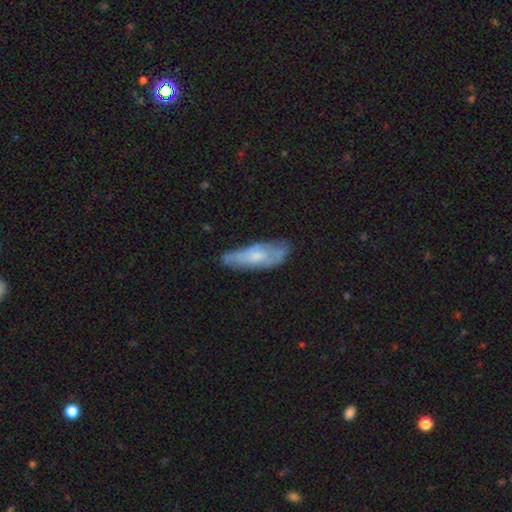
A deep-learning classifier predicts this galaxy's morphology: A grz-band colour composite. It shows a smooth galaxy with no disk features (49%). Merging: none (61%).